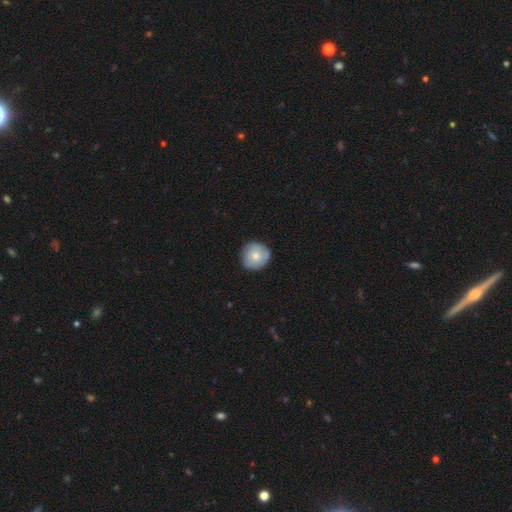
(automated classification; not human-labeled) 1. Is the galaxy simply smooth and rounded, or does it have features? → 72% smooth, 21% featured or disk, 7% star or artifact.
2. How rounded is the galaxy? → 93% round, 6% in between, 1% cigar-shaped.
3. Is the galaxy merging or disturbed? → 85% none, 12% minor disturbance, 2% major disturbance, 1% merger.